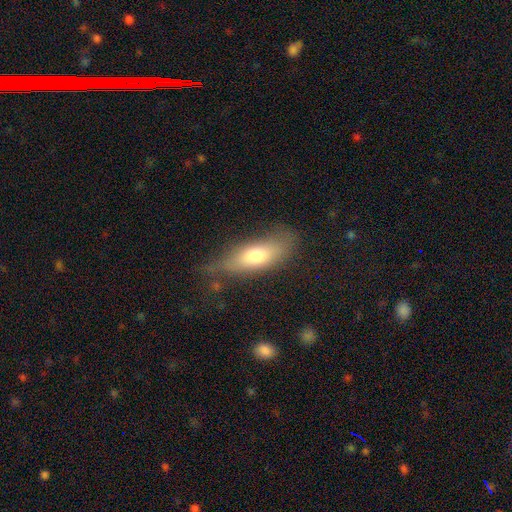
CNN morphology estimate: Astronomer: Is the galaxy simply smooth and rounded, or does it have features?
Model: smooth — 67%.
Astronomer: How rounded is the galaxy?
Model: in between — 59% (runner-up: cigar-shaped, 38%).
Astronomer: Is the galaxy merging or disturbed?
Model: none — 57%.